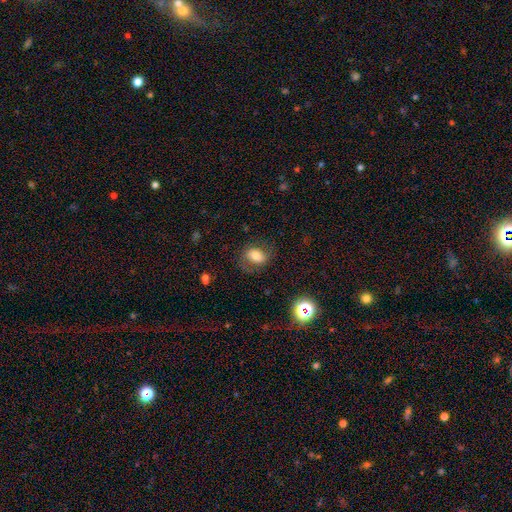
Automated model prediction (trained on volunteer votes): Smooth or featured? smooth (62%)
How rounded? in between (71%)
Merging? none (66%)